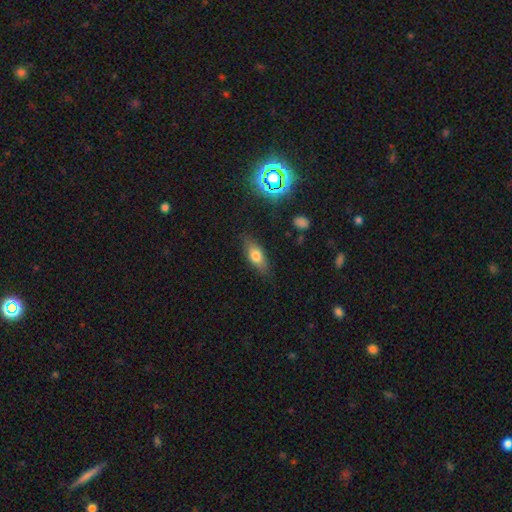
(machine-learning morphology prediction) Smooth or featured? Predicted: smooth (p=0.68). How rounded? Predicted: in between (p=0.73). Merging? Predicted: none (p=0.82).